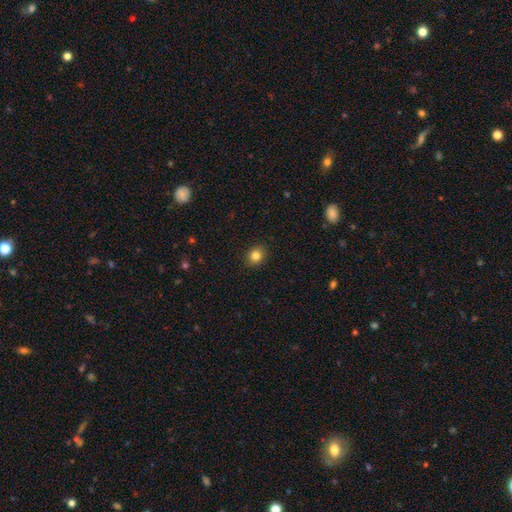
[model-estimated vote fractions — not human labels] This appears to be a smooth galaxy with no disk features (83%) that is round (67%). Merging: none (89%).